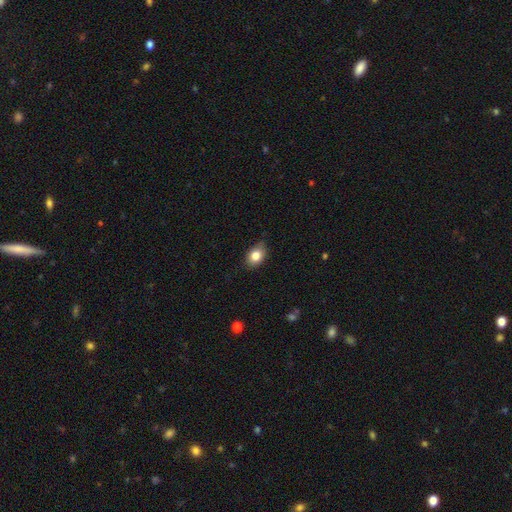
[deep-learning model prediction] A smooth galaxy with no disk features (83%) that is in between round and cigar-shaped (72%). Merging: none (77%).